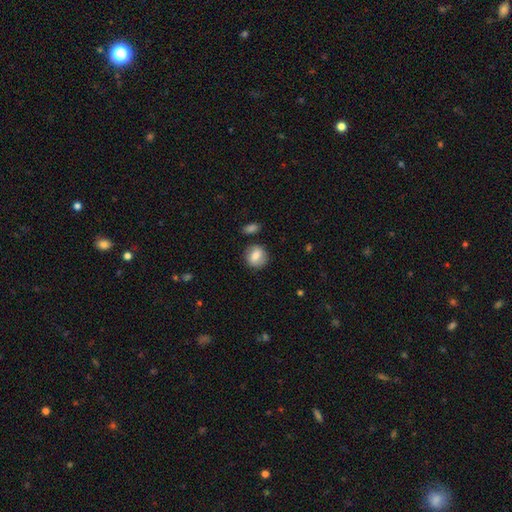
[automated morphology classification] type=smooth (73%); roundness=round (76%); merging=none (79%).